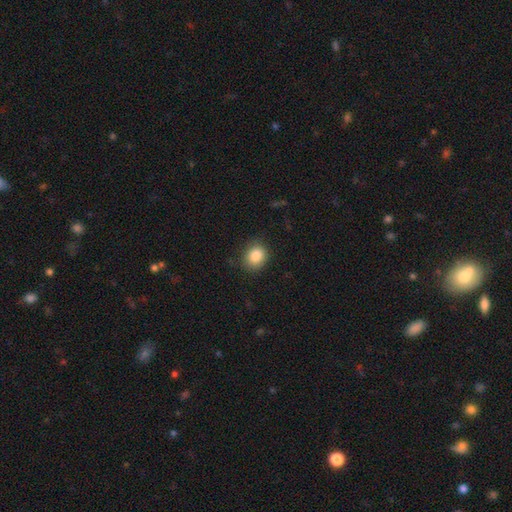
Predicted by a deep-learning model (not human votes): Smooth or featured: smooth — 85% (star or artifact — 9%)
How rounded: round — 68% (in between — 31%)
Merging: none — 83% (minor disturbance — 13%)